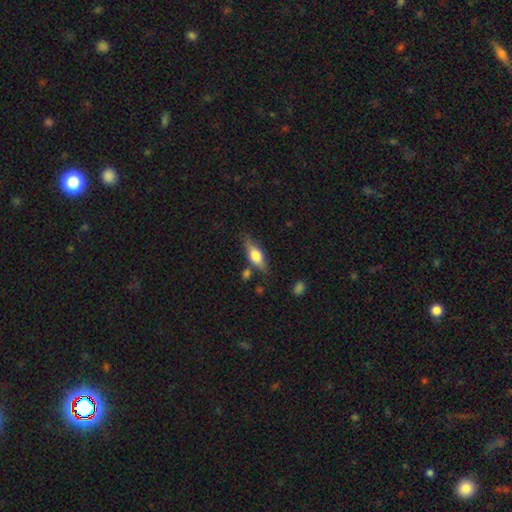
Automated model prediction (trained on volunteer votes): A smooth galaxy with no disk features (52%) that is in between round and cigar-shaped (60%). Merging: none (74%).